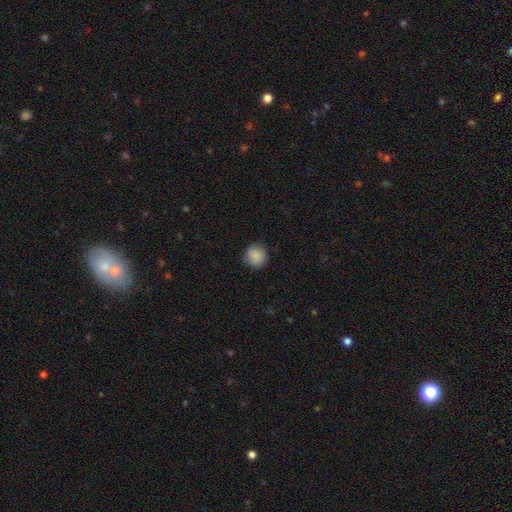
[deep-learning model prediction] Q: Smooth or featured?
A: smooth (87%); runner-up: star or artifact (8%)
Q: How rounded?
A: round (92%); runner-up: in between (7%)
Q: Merging?
A: none (84%); runner-up: minor disturbance (12%)